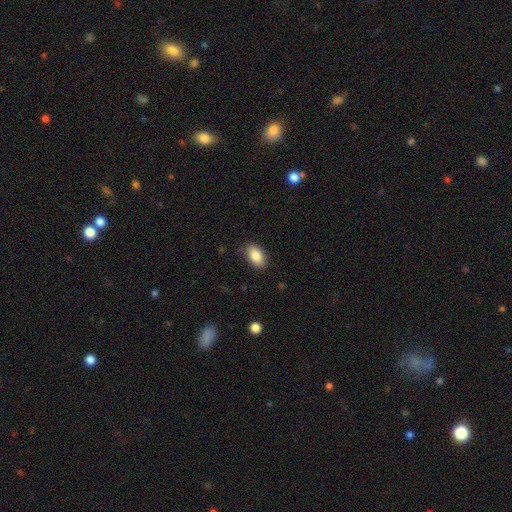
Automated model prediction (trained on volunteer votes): smooth_or_featured: smooth (p=0.86) [alt: star or artifact p=0.07]
how_rounded: in between (p=0.92) [alt: round p=0.06]
merging: none (p=0.84) [alt: minor disturbance p=0.12]